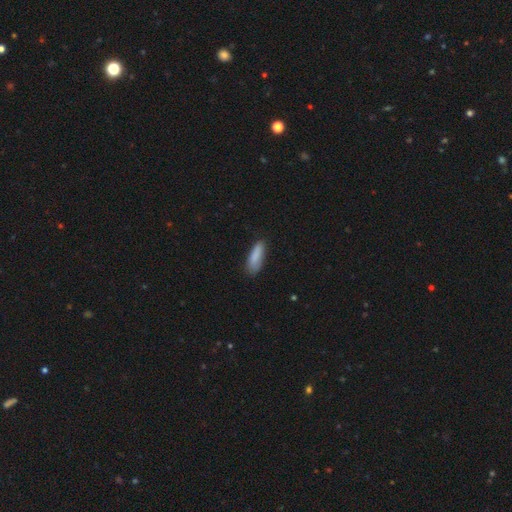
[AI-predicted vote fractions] This is clearly a smooth galaxy (86%). How rounded: possibly in between (49%, tied with cigar-shaped). Merging: likely none (71%).